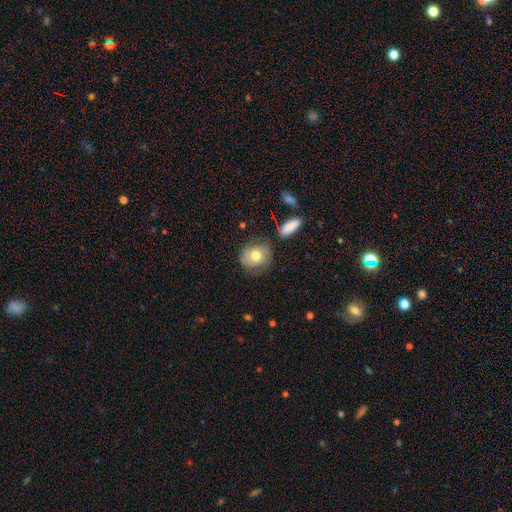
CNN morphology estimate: This appears to be a smooth galaxy with no disk features (67%) that is round (66%). Merging: none (70%).